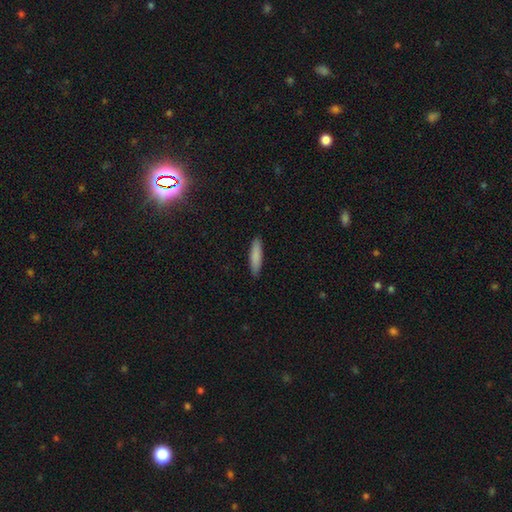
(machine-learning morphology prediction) A smooth galaxy with no disk features (85%) that is cigar-shaped (75%). Merging: none (90%).